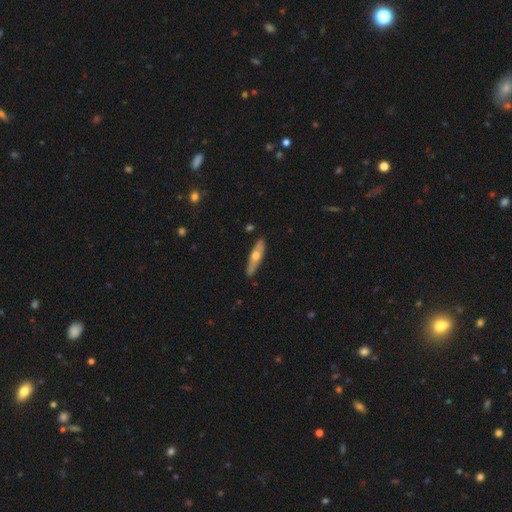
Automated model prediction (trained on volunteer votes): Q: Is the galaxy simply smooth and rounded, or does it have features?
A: featured or disk — 49%.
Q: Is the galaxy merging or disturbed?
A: none — 87%.